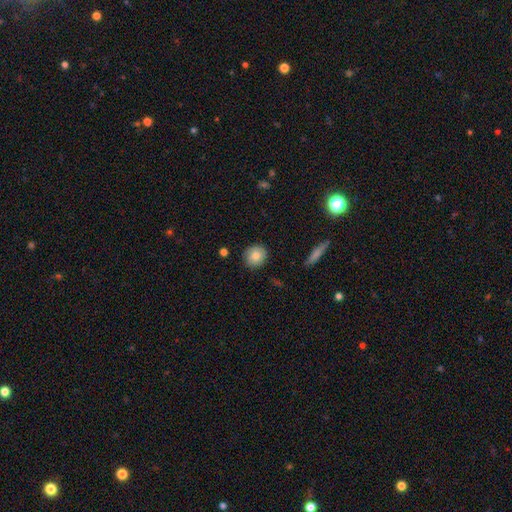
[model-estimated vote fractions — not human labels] smooth 82%, featured or disk 10%, star or artifact 8%. Down the decision tree: how rounded — round (86%); merging — none (87%).